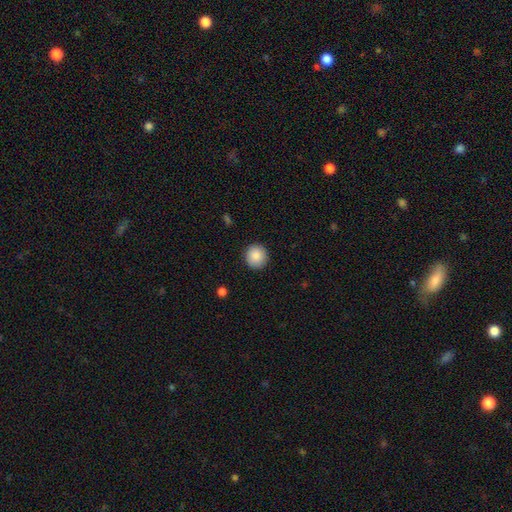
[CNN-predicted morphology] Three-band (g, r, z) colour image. It shows a smooth galaxy with no disk features (89%) that is round (93%). Merging: none (92%).